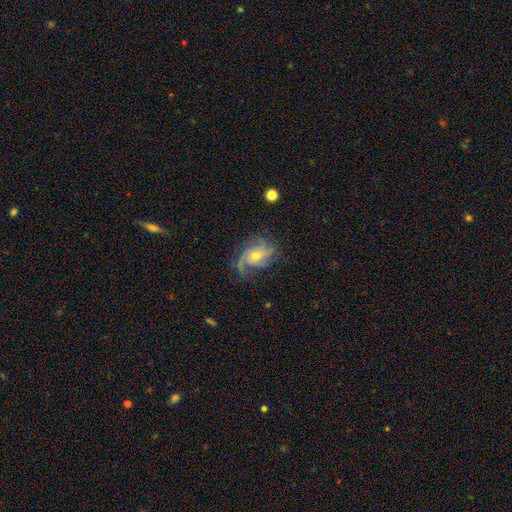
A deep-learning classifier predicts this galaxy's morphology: Smooth or featured? featured or disk (81%)
Edge-on disk? no (97%)
Bar? no (68%)
Spiral arms? yes (95%)
Spiral winding? medium (43%)
Spiral arm count? 3 (31%)
Bulge size? moderate (50%)
Merging? none (65%)